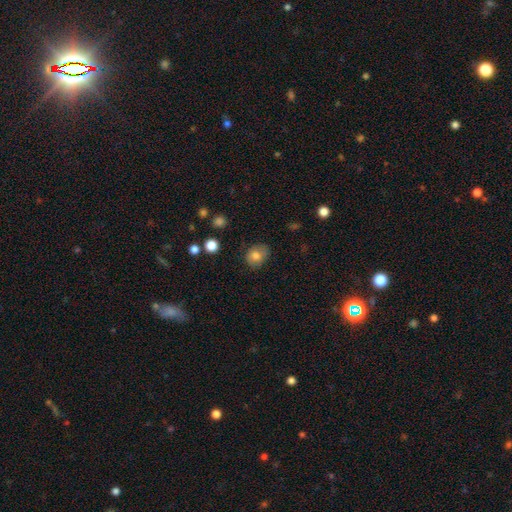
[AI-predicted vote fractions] Smooth or featured? Predicted: smooth (p=0.78). How rounded? Predicted: round (p=0.51). Merging? Predicted: none (p=0.74).